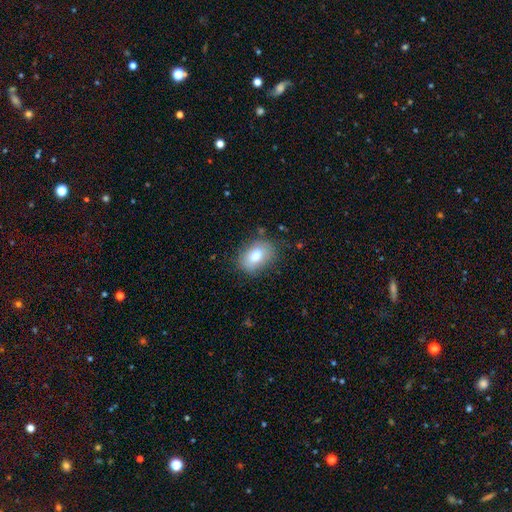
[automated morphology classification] Smooth or featured? smooth (80%)
How rounded? in between (81%)
Merging? none (78%)